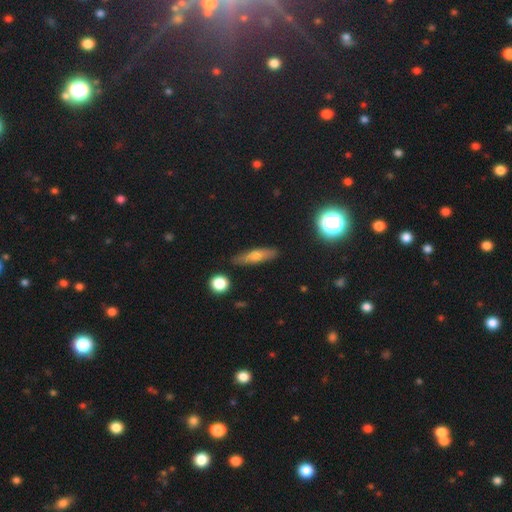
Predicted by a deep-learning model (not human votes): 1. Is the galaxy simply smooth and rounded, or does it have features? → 56% smooth, 34% featured or disk, 10% star or artifact.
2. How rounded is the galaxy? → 70% cigar-shaped, 25% in between, 5% round.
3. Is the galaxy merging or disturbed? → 86% none, 10% minor disturbance, 2% major disturbance, 2% merger.